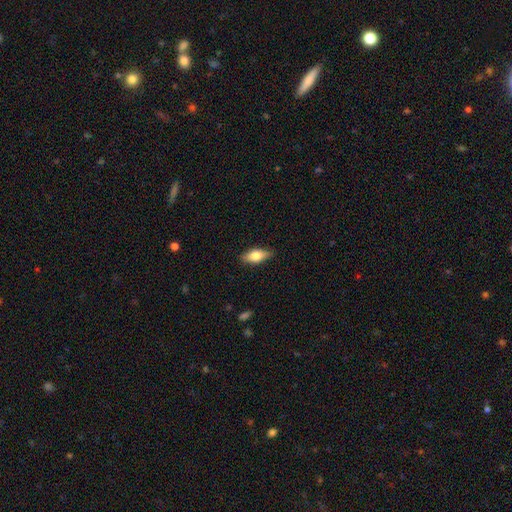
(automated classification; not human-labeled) Smooth or featured? Predicted: smooth (p=0.73). How rounded? Predicted: in between (p=0.80). Merging? Predicted: none (p=0.84).